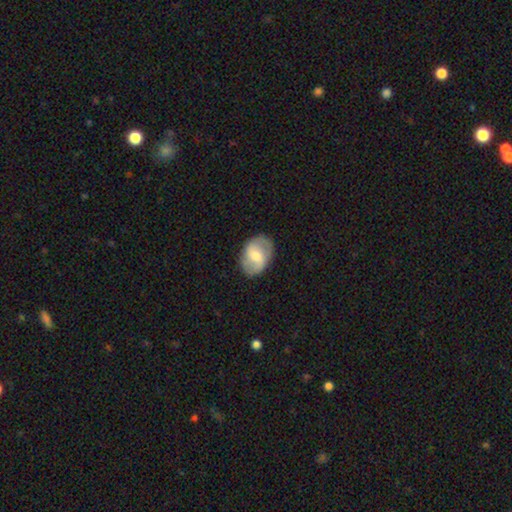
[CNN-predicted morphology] Smooth or featured?
  - featured or disk: 57% *
  - smooth: 36%
  - star or artifact: 6%
Edge-on disk?
  - no: 96% *
  - yes: 4%
Bar?
  - weak: 50% *
  - no: 32%
  - strong: 18%
Spiral arms?
  - yes: 79% *
  - no: 21%
Bulge size?
  - moderate: 57% *
  - small: 30%
  - large: 9%
  - none: 3%
  - dominant: 1%
Merging?
  - none: 84% *
  - minor disturbance: 12%
  - major disturbance: 4%
  - merger: 1%